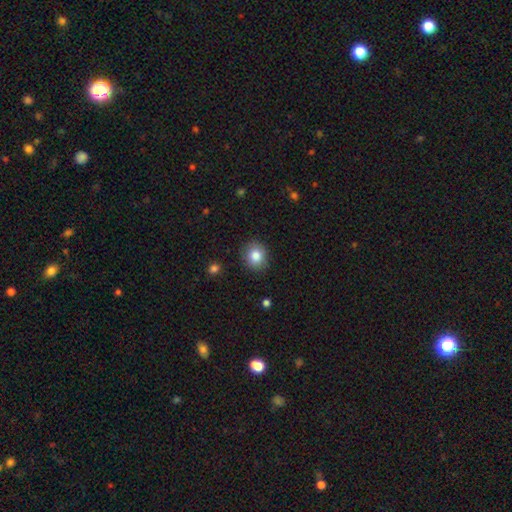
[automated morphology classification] smooth-or-featured: smooth: 84% | star or artifact: 9% | featured or disk: 7%
  how-rounded: round: 79% | in between: 20% | cigar-shaped: 1%
  merging: none: 88% | minor disturbance: 8% | major disturbance: 2% | merger: 1%